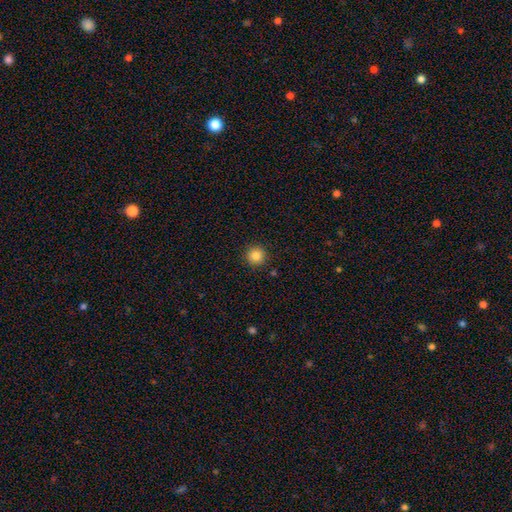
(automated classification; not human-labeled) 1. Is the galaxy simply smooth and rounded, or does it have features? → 85% smooth, 10% star or artifact, 5% featured or disk.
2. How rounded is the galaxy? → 95% round, 4% in between, 1% cigar-shaped.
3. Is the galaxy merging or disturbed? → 91% none, 6% minor disturbance, 2% major disturbance, 1% merger.